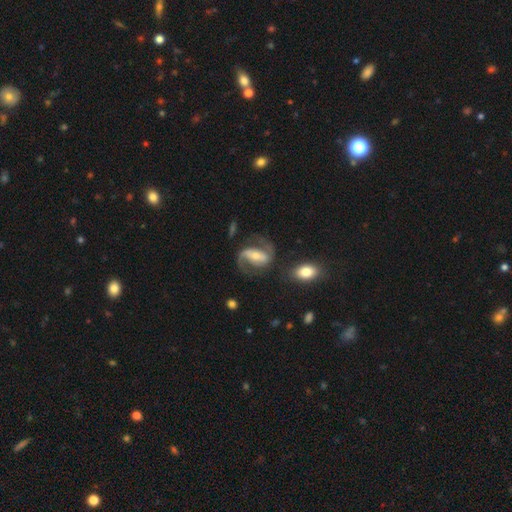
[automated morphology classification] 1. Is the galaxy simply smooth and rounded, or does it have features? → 85% featured or disk, 10% smooth, 5% star or artifact.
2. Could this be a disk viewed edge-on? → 96% no, 4% yes.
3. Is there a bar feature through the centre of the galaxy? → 58% strong, 27% weak, 15% no.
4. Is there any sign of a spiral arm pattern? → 95% yes, 5% no.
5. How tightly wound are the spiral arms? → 53% medium, 32% loose, 16% tight.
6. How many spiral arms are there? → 90% 2, 4% 1, 3% can't tell, 1% 3, 1% 4, 1% more than 4.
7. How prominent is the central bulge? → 49% small, 40% moderate, 6% large, 3% none, 2% dominant.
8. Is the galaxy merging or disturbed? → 68% none, 14% minor disturbance, 13% major disturbance, 5% merger.